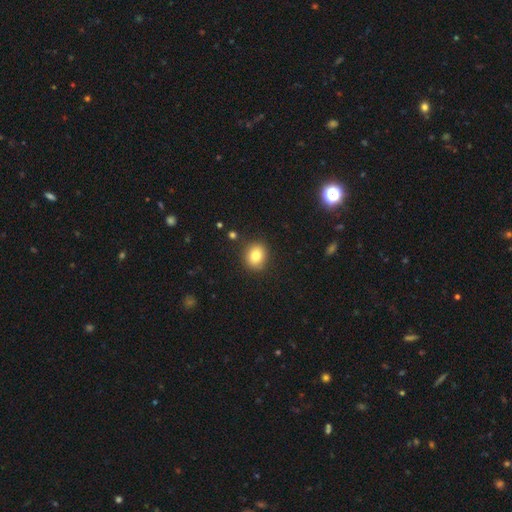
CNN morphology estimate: Smooth or featured? Predicted: smooth (p=0.81). How rounded? Predicted: round (p=0.70). Merging? Predicted: none (p=0.87).